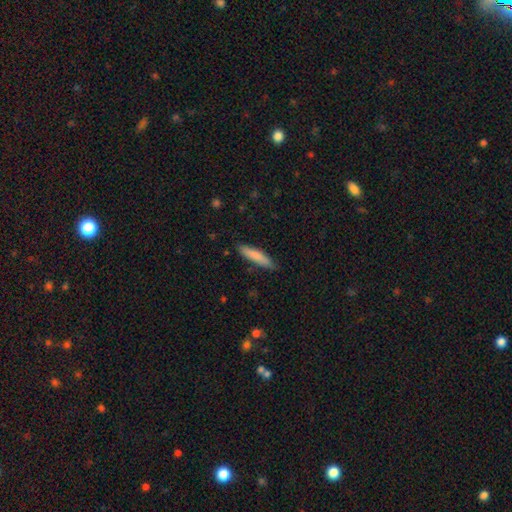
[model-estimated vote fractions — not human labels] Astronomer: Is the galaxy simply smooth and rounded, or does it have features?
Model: smooth — 82%.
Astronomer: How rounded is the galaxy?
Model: cigar-shaped — 83%.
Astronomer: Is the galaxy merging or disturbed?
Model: none — 84%.